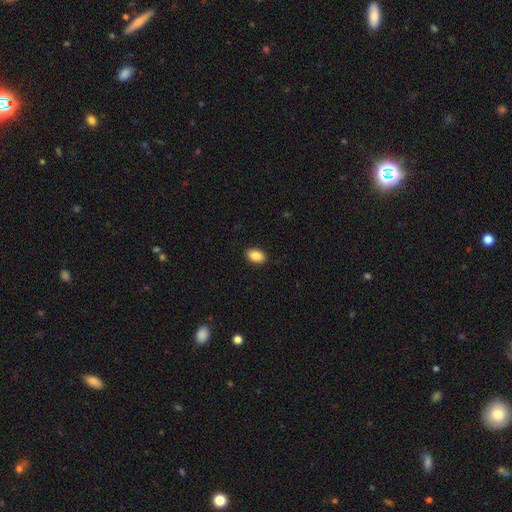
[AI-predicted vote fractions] The model was most divided on "smooth or featured": smooth: 88%, star or artifact: 8%, featured or disk: 4%. More confident: how rounded — in between (91%); merging — none (91%).